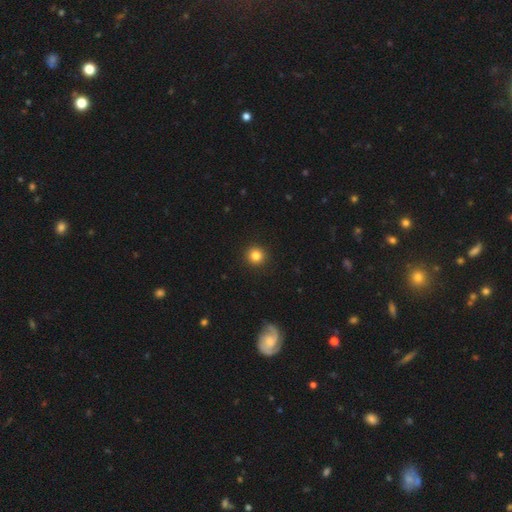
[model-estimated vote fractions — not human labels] smooth 83%, star or artifact 12%, featured or disk 5%. Down the decision tree: how rounded — round (94%); merging — none (93%).